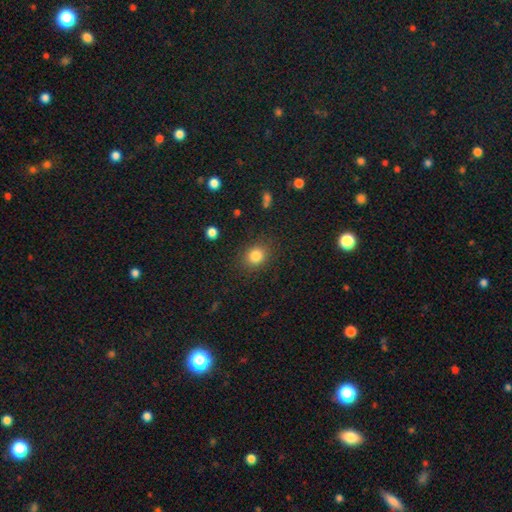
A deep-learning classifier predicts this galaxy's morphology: This is clearly a smooth galaxy (83%). How rounded: likely round (65%). Merging: clearly none (86%).